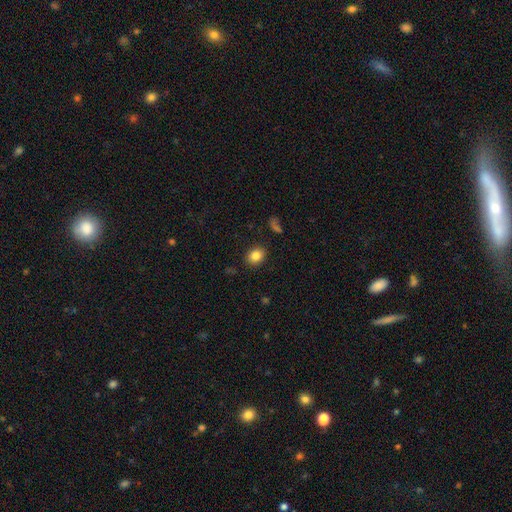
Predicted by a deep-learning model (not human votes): Overall: smooth (84%). How rounded: in between (53%; round 46%). Merging: none (88%).